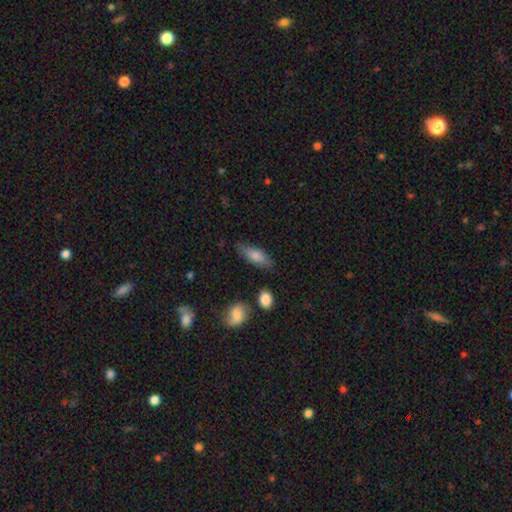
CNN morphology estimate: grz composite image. It shows a smooth galaxy with no disk features (75%) that is in between round and cigar-shaped (70%). Merging: none (76%).